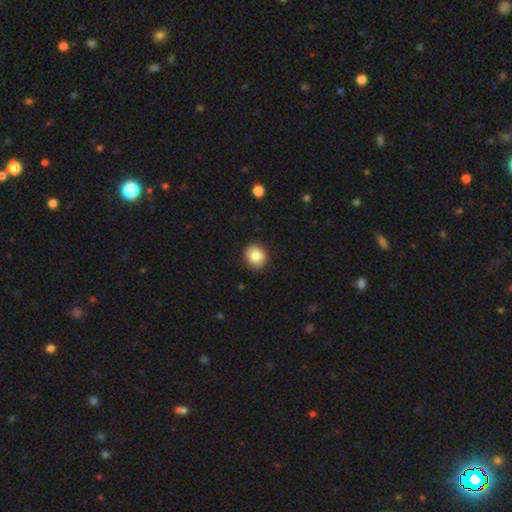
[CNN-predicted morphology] type=smooth (85%); roundness=round (81%); merging=none (90%).